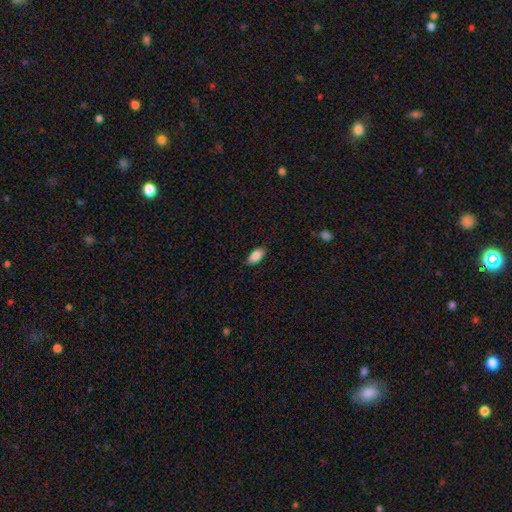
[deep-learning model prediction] Q: Smooth or featured?
A: smooth (87%); runner-up: star or artifact (7%)
Q: How rounded?
A: in between (90%); runner-up: cigar-shaped (7%)
Q: Merging?
A: none (85%); runner-up: minor disturbance (12%)